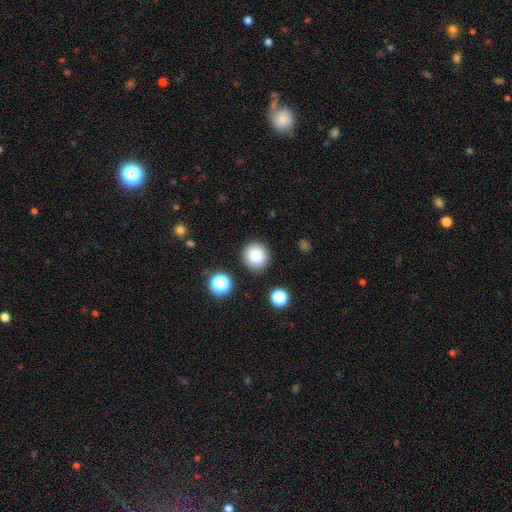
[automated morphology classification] Overall: smooth (81%). How rounded: round (94%). Merging: none (89%).